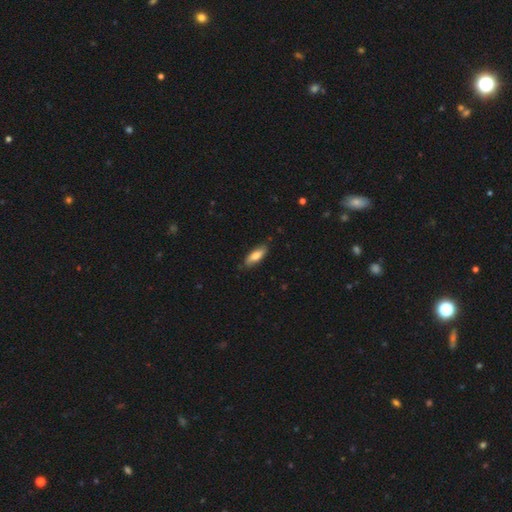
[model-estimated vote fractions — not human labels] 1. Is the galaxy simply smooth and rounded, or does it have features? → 73% smooth, 21% featured or disk, 6% star or artifact.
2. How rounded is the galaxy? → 61% in between, 37% cigar-shaped, 2% round.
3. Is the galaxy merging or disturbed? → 82% none, 15% minor disturbance, 2% major disturbance, 1% merger.